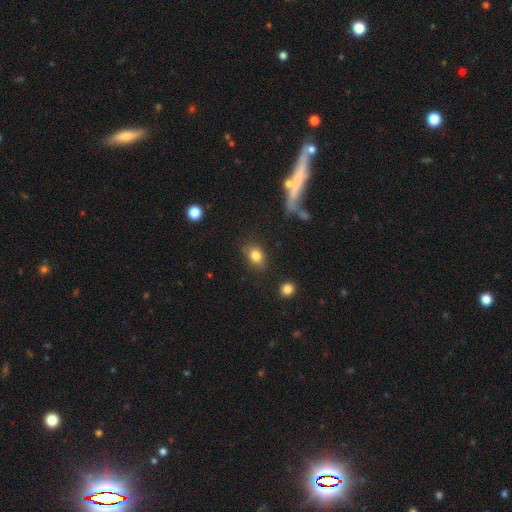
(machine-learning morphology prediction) smooth_or_featured: smooth (p=0.81) [alt: star or artifact p=0.10]
how_rounded: in between (p=0.73) [alt: round p=0.25]
merging: none (p=0.74) [alt: minor disturbance p=0.18]